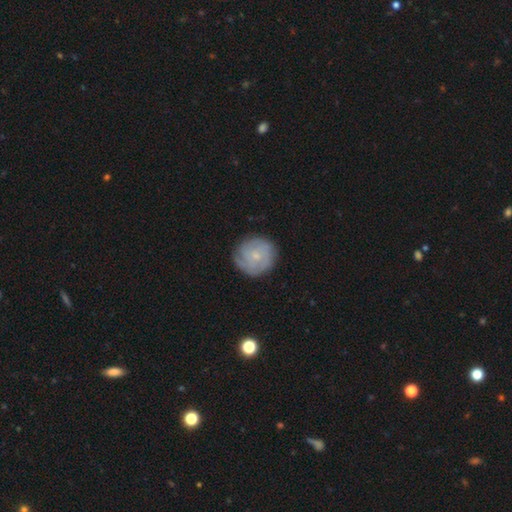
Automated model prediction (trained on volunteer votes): Smooth or featured?
  - featured or disk: 54% *
  - smooth: 39%
  - star or artifact: 8%
Edge-on disk?
  - no: 97% *
  - yes: 3%
Bar?
  - no: 77% *
  - weak: 21%
  - strong: 3%
Spiral arms?
  - yes: 85% *
  - no: 15%
Bulge size?
  - small: 68% *
  - moderate: 23%
  - none: 7%
  - large: 1%
  - dominant: 1%
Merging?
  - none: 82% *
  - minor disturbance: 13%
  - major disturbance: 4%
  - merger: 1%